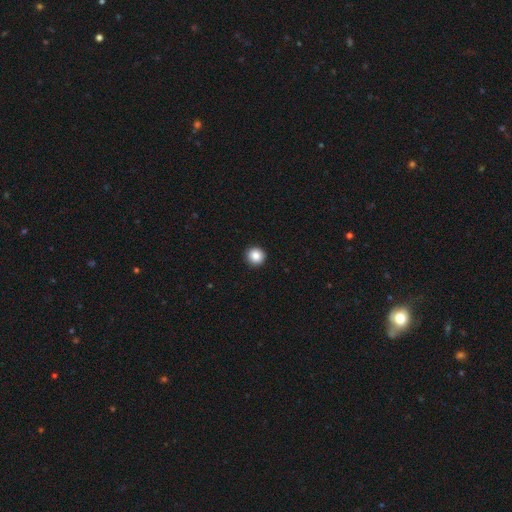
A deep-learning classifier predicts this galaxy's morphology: smooth_or_featured: smooth (p=0.87) [alt: star or artifact p=0.09]
how_rounded: round (p=0.95) [alt: in between p=0.04]
merging: none (p=0.93) [alt: minor disturbance p=0.04]